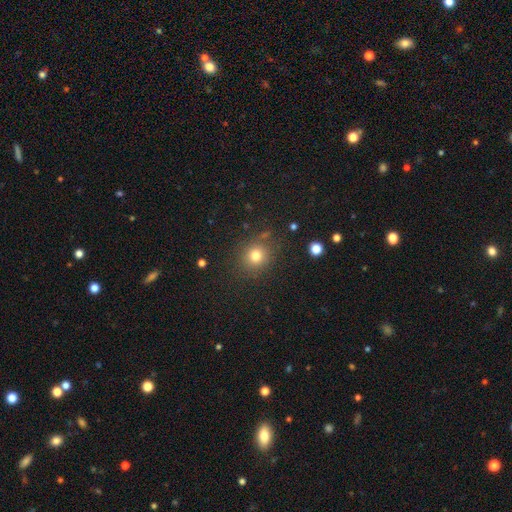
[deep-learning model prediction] smooth-or-featured: smooth: 77% | star or artifact: 15% | featured or disk: 8%
  how-rounded: round: 84% | in between: 15% | cigar-shaped: 1%
  merging: none: 83% | minor disturbance: 11% | major disturbance: 4% | merger: 3%